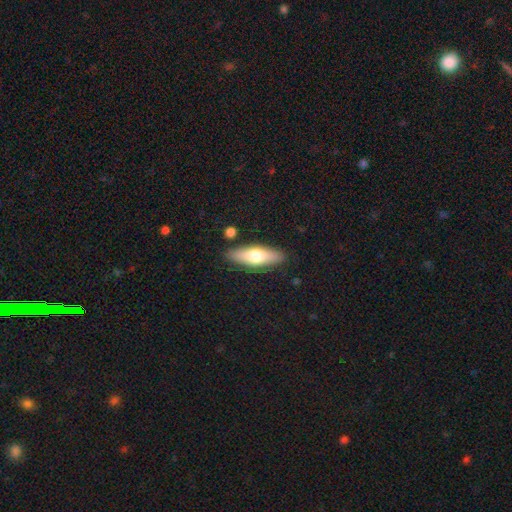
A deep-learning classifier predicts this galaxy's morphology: smooth 62%, featured or disk 32%, star or artifact 6%. Down the decision tree: how rounded — in between (50%); merging — none (85%).